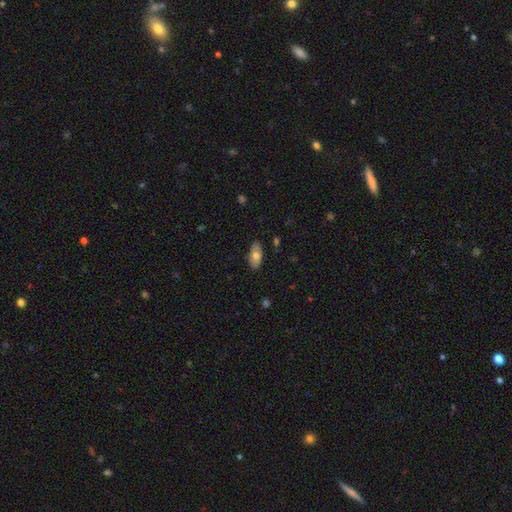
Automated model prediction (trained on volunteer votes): smooth_or_featured: smooth (p=0.68) [alt: featured or disk p=0.25]
how_rounded: in between (p=0.91) [alt: cigar-shaped p=0.06]
merging: none (p=0.84) [alt: minor disturbance p=0.13]